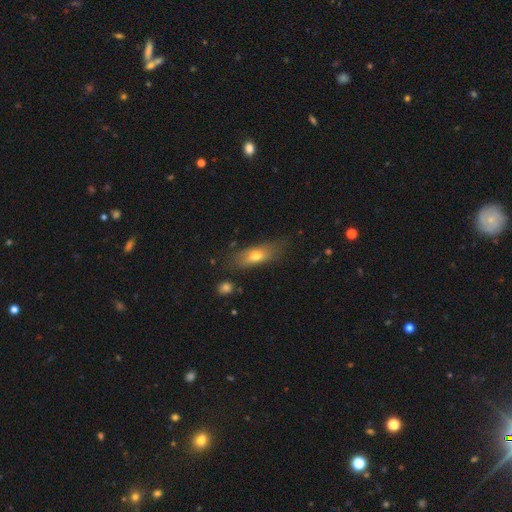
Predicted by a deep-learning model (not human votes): smooth-or-featured: smooth: 67% | featured or disk: 25% | star or artifact: 8%
  how-rounded: in between: 67% | cigar-shaped: 28% | round: 5%
  merging: none: 69% | minor disturbance: 21% | major disturbance: 7% | merger: 3%